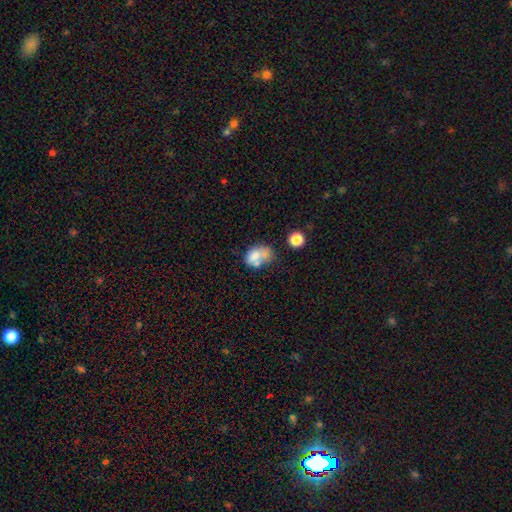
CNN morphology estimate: Q: Smooth or featured?
A: smooth (69%); runner-up: featured or disk (21%)
Q: How rounded?
A: in between (77%); runner-up: round (21%)
Q: Merging?
A: merger (33%); runner-up: none (27%)